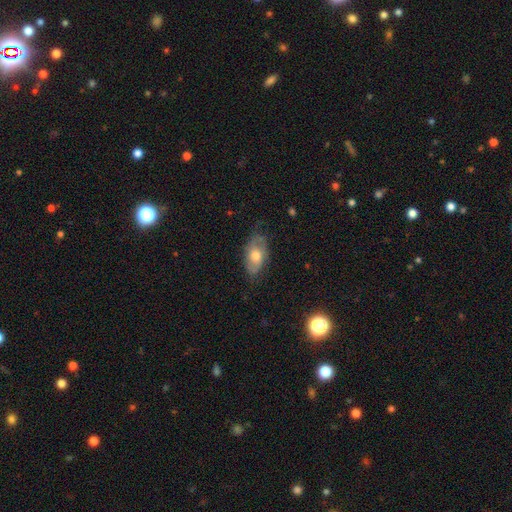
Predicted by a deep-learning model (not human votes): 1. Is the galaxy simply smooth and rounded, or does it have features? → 50% smooth, 43% featured or disk, 7% star or artifact.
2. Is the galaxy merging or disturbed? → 66% none, 25% minor disturbance, 7% major disturbance, 1% merger.